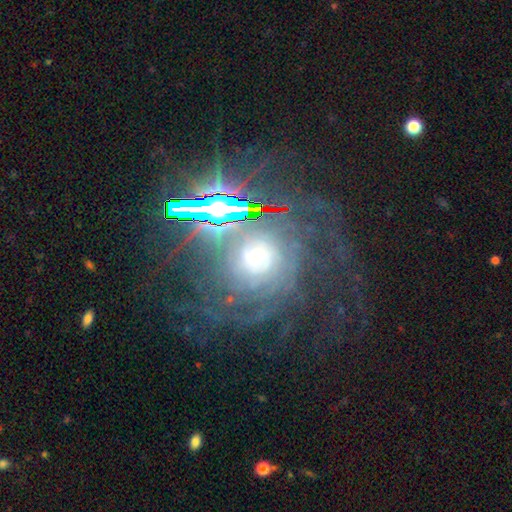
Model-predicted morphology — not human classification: A featured or disk galaxy (67%) with no bar (77%), tight (60%) spiral arms (91%) and a small central bulge (49%).

Vote fractions:
- Smooth or featured? featured or disk: 67% / star or artifact: 24% / smooth: 9%
- Edge-on disk? no: 95% / yes: 5%
- Bar? no: 77% / weak: 15% / strong: 8%
- Spiral arms? yes: 91% / no: 9%
- Spiral winding? tight: 60% / medium: 29% / loose: 11%
- Spiral arm count? can't tell: 40% / 2: 16% / 3: 14% / more than 4: 12% / 4: 11% / 1: 8%
- Bulge size? small: 49% / moderate: 33% / large: 11% / dominant: 4% / none: 3%
- Merging? none: 58% / major disturbance: 22% / minor disturbance: 15% / merger: 5%